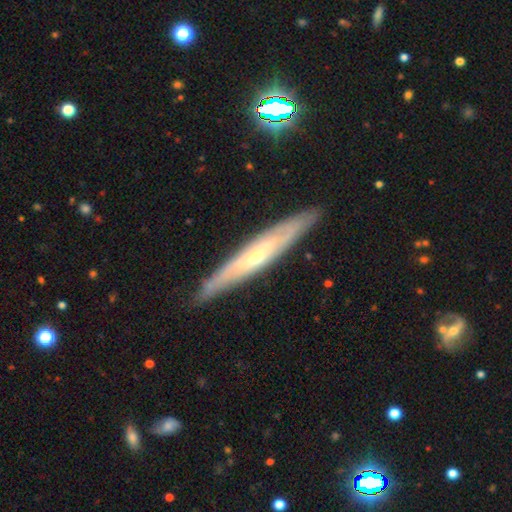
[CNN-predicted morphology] Smooth or featured? Predicted: featured or disk (p=0.69). Edge-on disk? Predicted: yes (p=0.77). Edge-on bulge? Predicted: rounded (p=0.58). Merging? Predicted: none (p=0.87).